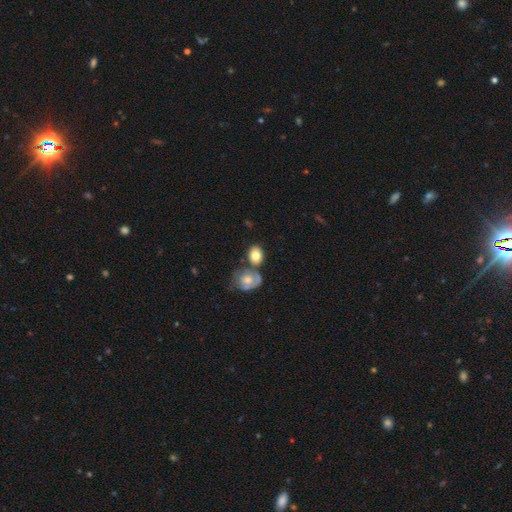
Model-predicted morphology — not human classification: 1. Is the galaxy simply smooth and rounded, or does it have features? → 75% smooth, 18% featured or disk, 8% star or artifact.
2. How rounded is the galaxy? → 58% in between, 41% round, 1% cigar-shaped.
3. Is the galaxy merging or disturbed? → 50% none, 31% merger, 14% minor disturbance, 6% major disturbance.